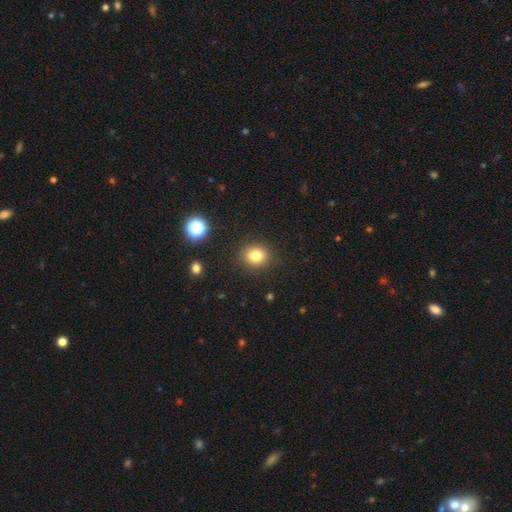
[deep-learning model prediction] Q: Smooth or featured?
A: smooth (80%); runner-up: star or artifact (13%)
Q: How rounded?
A: round (75%); runner-up: in between (24%)
Q: Merging?
A: none (89%); runner-up: minor disturbance (7%)